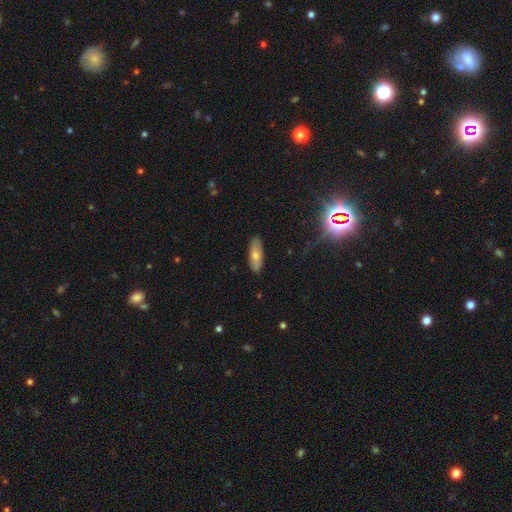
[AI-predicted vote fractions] Morphology: type=smooth (68%); roundness=in between (69%); merging=none (87%).